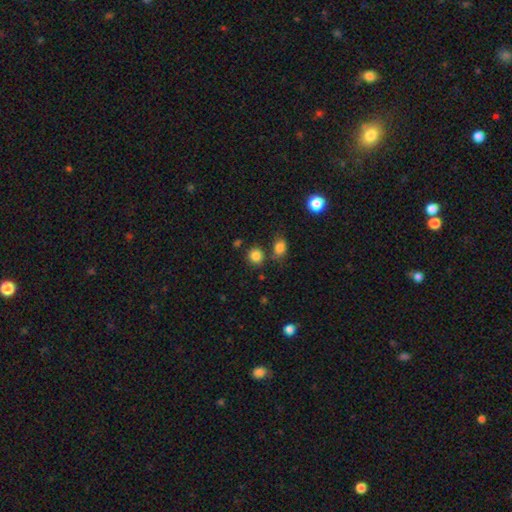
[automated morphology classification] This is clearly a smooth galaxy (84%). How rounded: likely round (80%). Merging: likely none (74%).